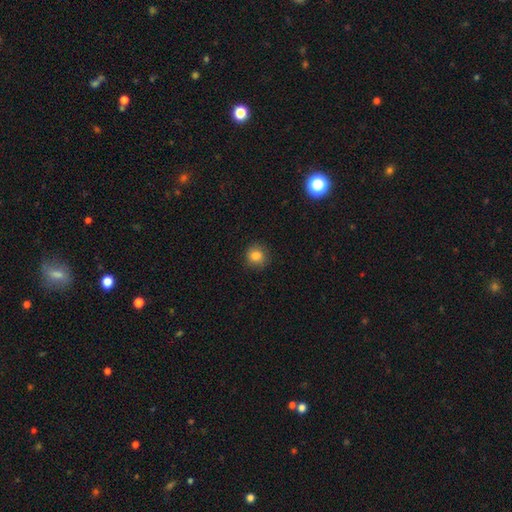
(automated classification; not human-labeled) smooth_or_featured: smooth (p=0.83) [alt: star or artifact p=0.11]
how_rounded: round (p=0.87) [alt: in between p=0.12]
merging: none (p=0.87) [alt: minor disturbance p=0.10]